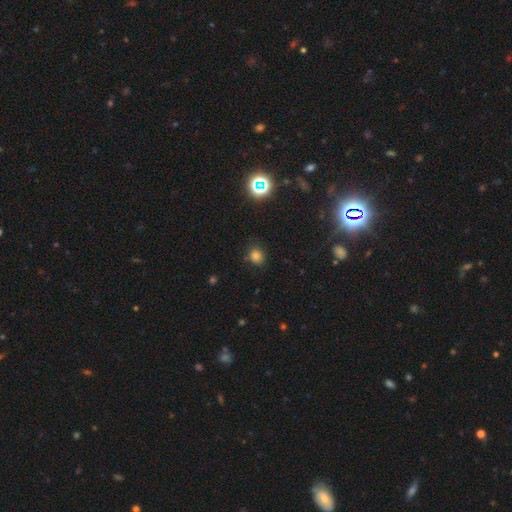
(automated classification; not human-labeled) This appears to be a smooth galaxy with no disk features (76%) that is round (71%). Merging: none (79%).